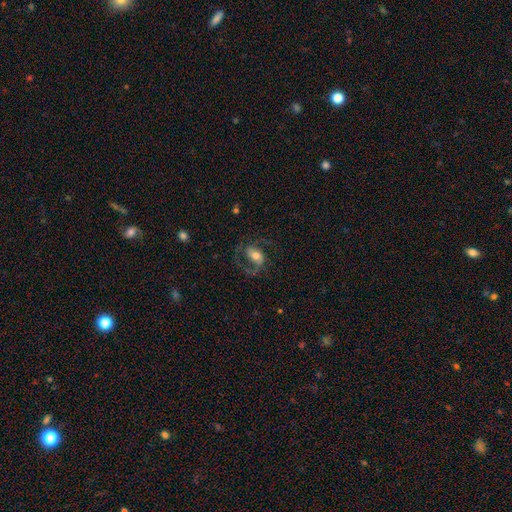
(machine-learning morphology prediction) Smooth or featured? featured or disk (71%)
Edge-on disk? no (96%)
Bar? weak (39%)
Spiral arms? yes (90%)
Spiral winding? medium (53%)
Spiral arm count? 2 (84%)
Bulge size? moderate (60%)
Merging? none (63%)